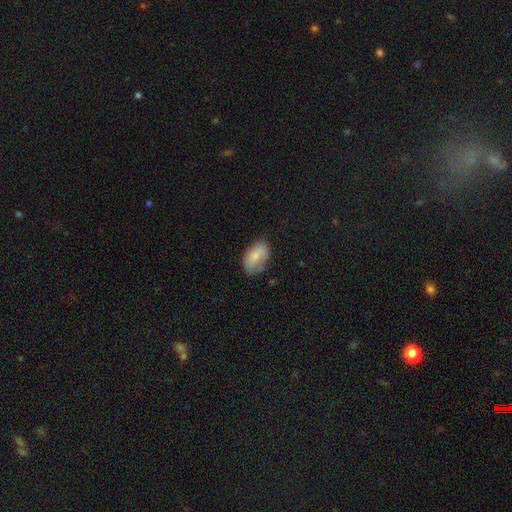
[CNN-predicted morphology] A smooth galaxy with no disk features (76%) that is in between round and cigar-shaped (90%). Merging: none (64%).